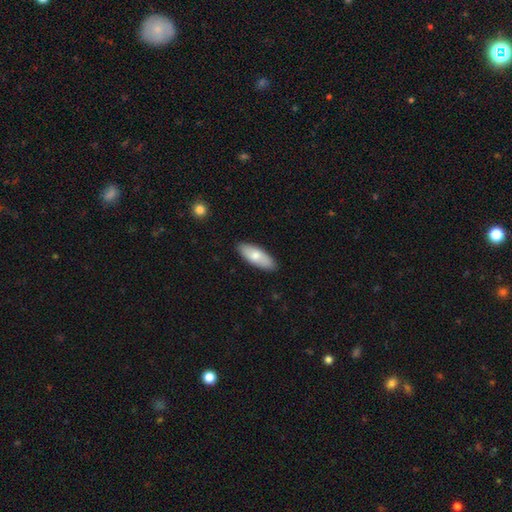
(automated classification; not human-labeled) Smooth or featured? Predicted: smooth (p=0.75). How rounded? Predicted: in between (p=0.75). Merging? Predicted: none (p=0.88).